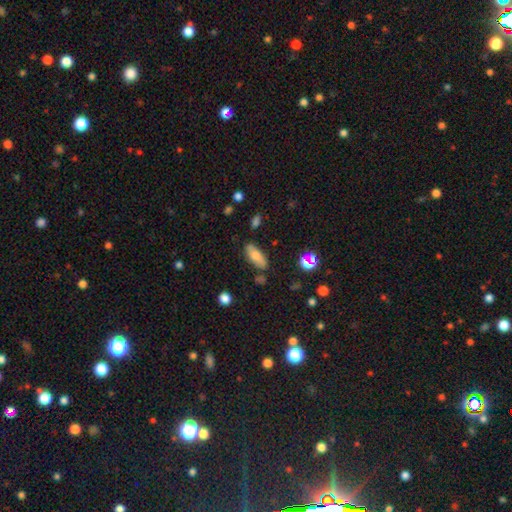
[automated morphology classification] A smooth galaxy with no disk features (73%) that is in between round and cigar-shaped (79%). Merging: none (77%).